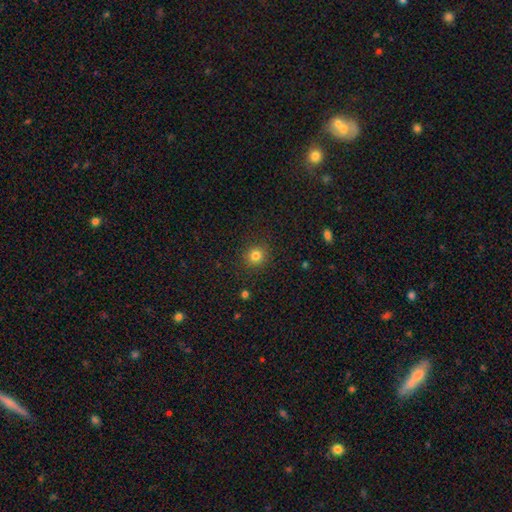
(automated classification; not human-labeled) This appears to be a smooth galaxy with no disk features (81%) that is round (90%). Merging: none (90%).